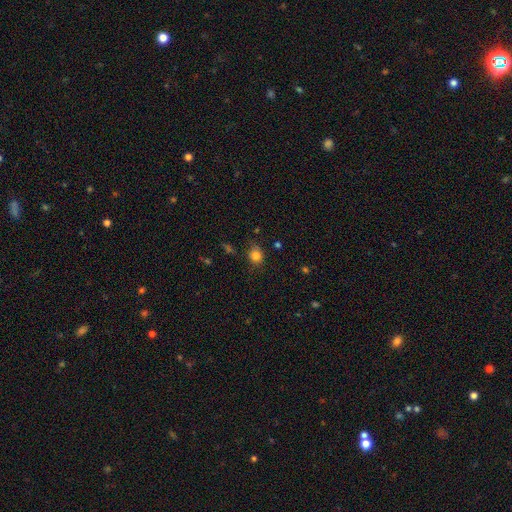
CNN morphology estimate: smooth_or_featured: smooth (p=0.82) [alt: star or artifact p=0.13]
how_rounded: round (p=0.71) [alt: in between p=0.28]
merging: none (p=0.73) [alt: minor disturbance p=0.19]